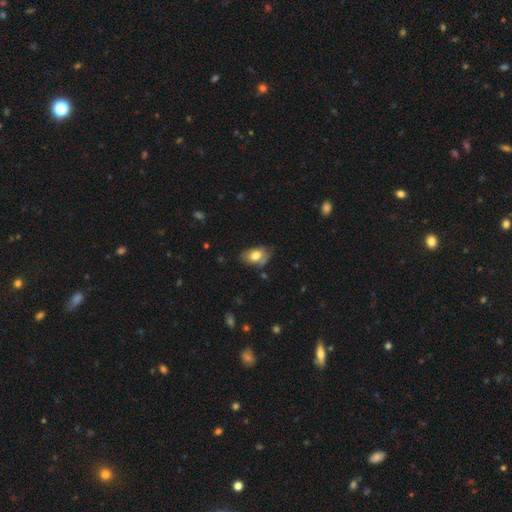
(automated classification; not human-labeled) smooth_or_featured: smooth (p=0.71) [alt: featured or disk p=0.21]
how_rounded: in between (p=0.88) [alt: round p=0.10]
merging: none (p=0.58) [alt: minor disturbance p=0.28]